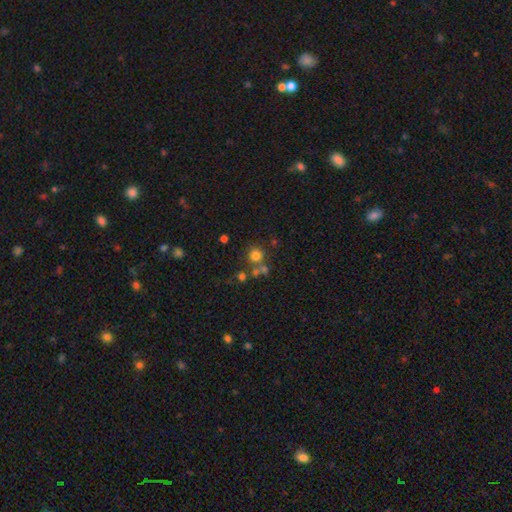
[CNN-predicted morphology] Smooth or featured? smooth (73%)
How rounded? round (91%)
Merging? none (68%)